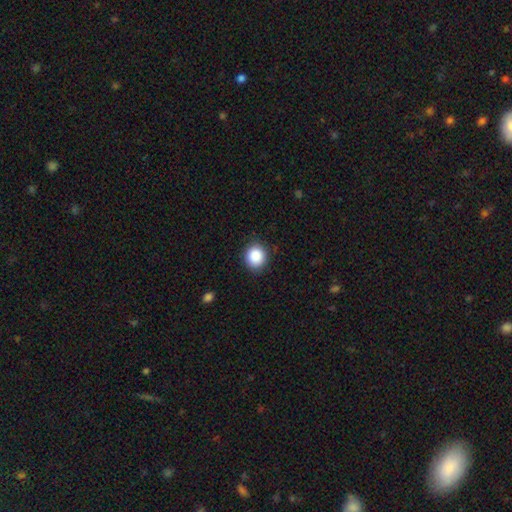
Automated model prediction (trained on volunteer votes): Overall: smooth (88%). How rounded: round (82%). Merging: none (89%).